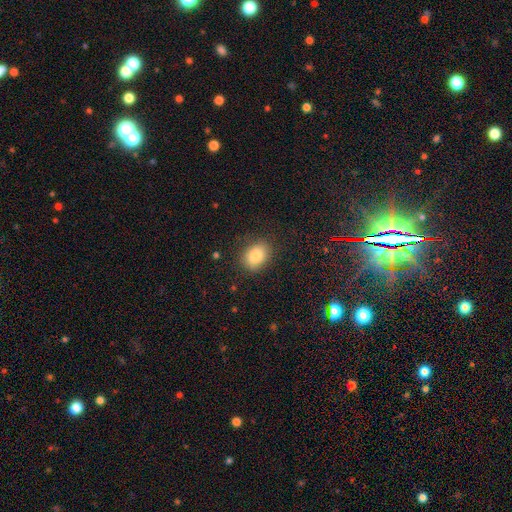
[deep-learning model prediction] This is clearly a smooth galaxy (84%). How rounded: likely in between (72%). Merging: clearly none (83%).